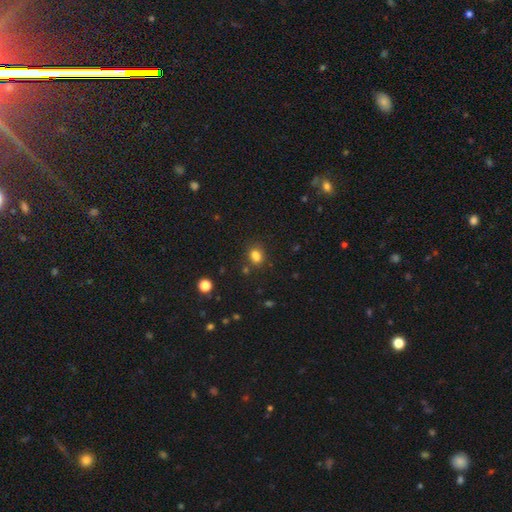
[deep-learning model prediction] Smooth or featured? Predicted: smooth (p=0.77). How rounded? Predicted: in between (p=0.57). Merging? Predicted: none (p=0.60).